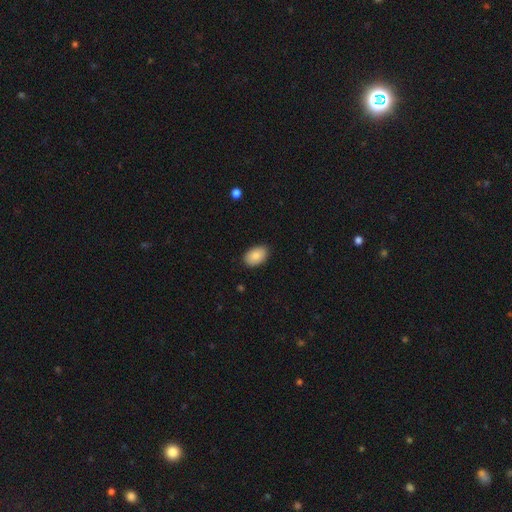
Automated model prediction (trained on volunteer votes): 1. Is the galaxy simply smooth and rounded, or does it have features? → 86% smooth, 8% featured or disk, 7% star or artifact.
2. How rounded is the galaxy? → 90% in between, 9% round, 1% cigar-shaped.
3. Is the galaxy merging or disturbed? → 87% none, 10% minor disturbance, 2% major disturbance, 1% merger.